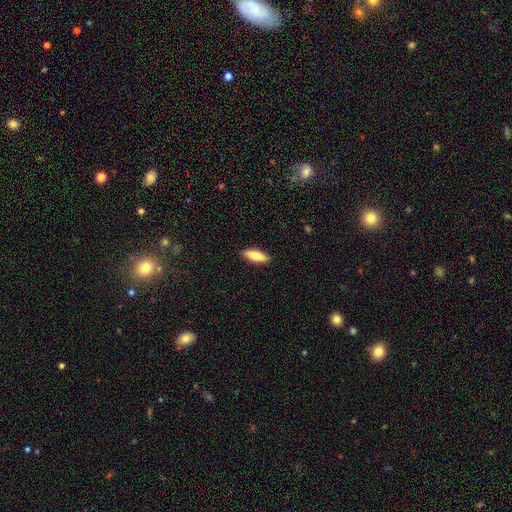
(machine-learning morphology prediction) Smooth or featured? smooth (79%)
How rounded? in between (60%)
Merging? none (89%)